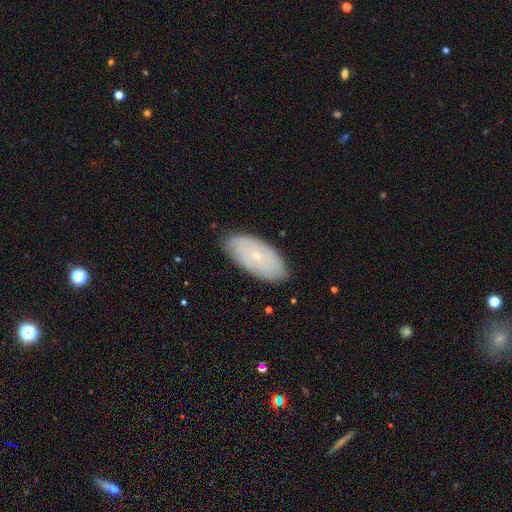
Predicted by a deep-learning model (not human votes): Smooth or featured: featured or disk — 52% (smooth — 38%)
Edge-on disk: no — 89% (yes — 11%)
Merging: none — 84% (minor disturbance — 13%)